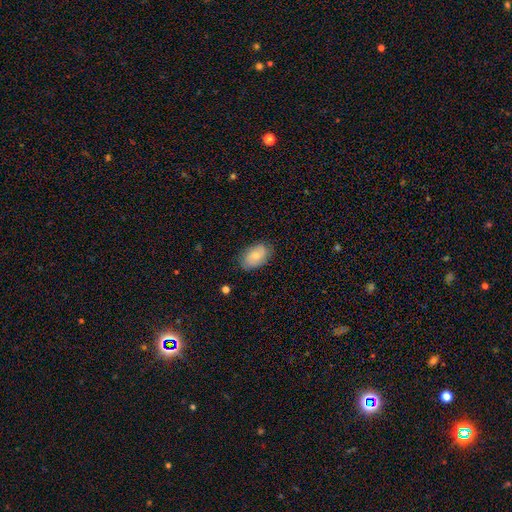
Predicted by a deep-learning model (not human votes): Smooth or featured: smooth — 58% (featured or disk — 35%)
How rounded: in between — 90% (round — 9%)
Merging: none — 79% (minor disturbance — 16%)